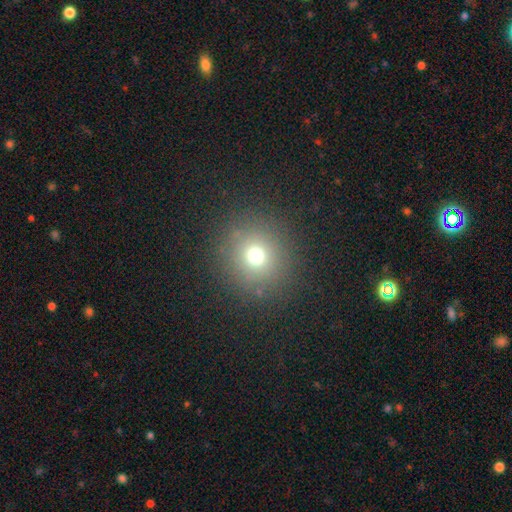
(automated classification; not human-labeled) Smooth or featured? smooth (69%)
How rounded? round (91%)
Merging? none (87%)